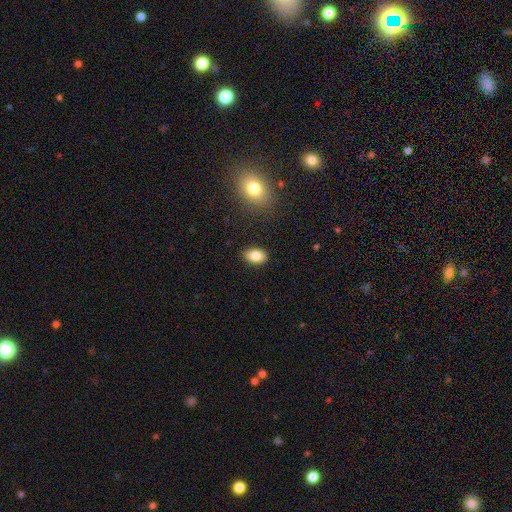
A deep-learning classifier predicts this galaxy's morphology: Q: Smooth or featured?
A: smooth (84%); runner-up: featured or disk (8%)
Q: How rounded?
A: in between (90%); runner-up: round (9%)
Q: Merging?
A: none (88%); runner-up: minor disturbance (9%)